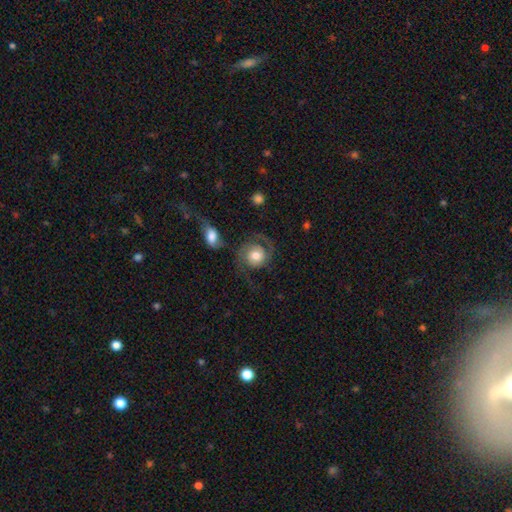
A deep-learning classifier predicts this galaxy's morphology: A featured or disk galaxy (70%) with no bar (77%), 2 (77%) medium (42%) spiral arms (93%) and a moderate central bulge (64%).

Vote fractions:
- Smooth or featured? featured or disk: 70% / smooth: 24% / star or artifact: 6%
- Edge-on disk? no: 98% / yes: 2%
- Bar? no: 77% / weak: 19% / strong: 4%
- Spiral arms? yes: 93% / no: 7%
- Spiral winding? medium: 42% / tight: 30% / loose: 28%
- Spiral arm count? 2: 77% / 1: 15% / can't tell: 4% / 3: 2% / 4: 1% / more than 4: 1%
- Bulge size? moderate: 64% / large: 22% / small: 9% / dominant: 3% / none: 2%
- Merging? none: 56% / major disturbance: 19% / minor disturbance: 16% / merger: 9%